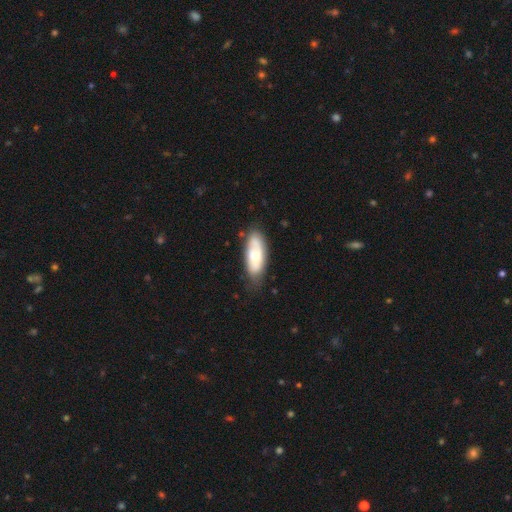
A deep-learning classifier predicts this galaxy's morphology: Smooth or featured? smooth (55%)
How rounded? in between (82%)
Merging? none (73%)